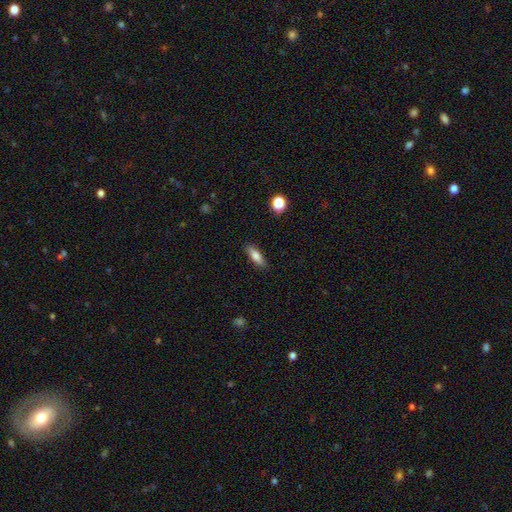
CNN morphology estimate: This appears to be a smooth galaxy with no disk features (78%) that is in between round and cigar-shaped (52%). Merging: none (88%).